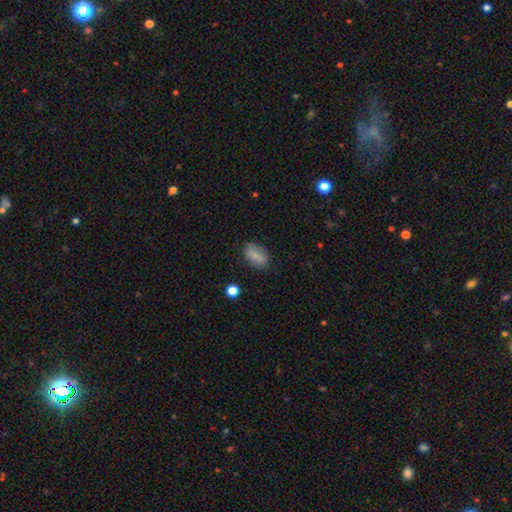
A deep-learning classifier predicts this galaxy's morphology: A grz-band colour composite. It shows a smooth galaxy with no disk features (80%) that is in between round and cigar-shaped (88%). Merging: none (81%).